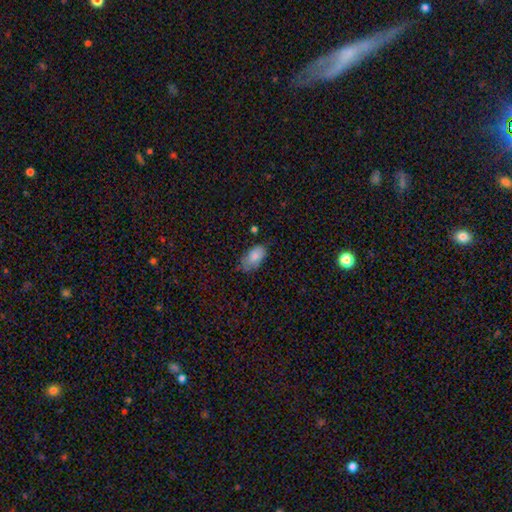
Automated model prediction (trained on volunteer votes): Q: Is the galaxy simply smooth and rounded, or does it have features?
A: smooth — 83%.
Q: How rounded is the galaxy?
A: in between — 94%.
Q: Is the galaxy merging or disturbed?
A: none — 62%.